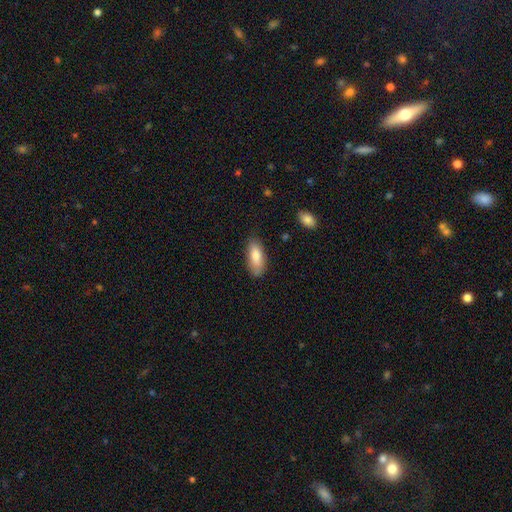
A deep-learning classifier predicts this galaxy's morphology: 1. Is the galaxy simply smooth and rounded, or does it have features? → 81% smooth, 12% featured or disk, 6% star or artifact.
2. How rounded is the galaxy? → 80% in between, 18% cigar-shaped, 2% round.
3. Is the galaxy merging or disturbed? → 80% none, 15% minor disturbance, 3% major disturbance, 2% merger.